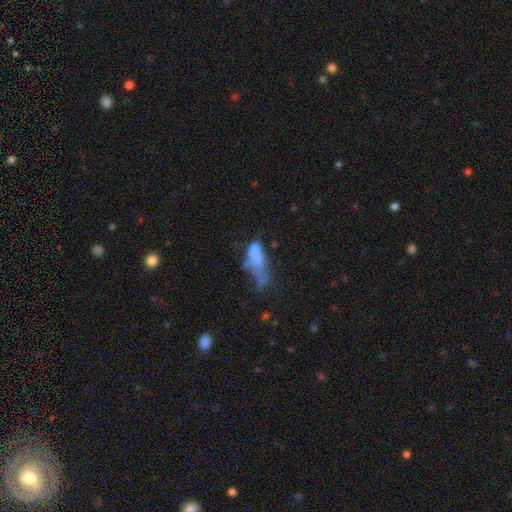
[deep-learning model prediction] This is possibly a smooth galaxy (59%). How rounded: likely in between (73%). Merging: marginally major disturbance (40%).